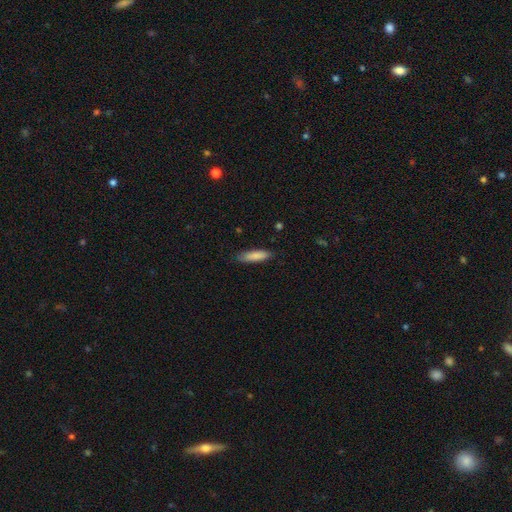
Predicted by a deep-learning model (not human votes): Smooth or featured? smooth (85%)
How rounded? cigar-shaped (65%)
Merging? none (84%)